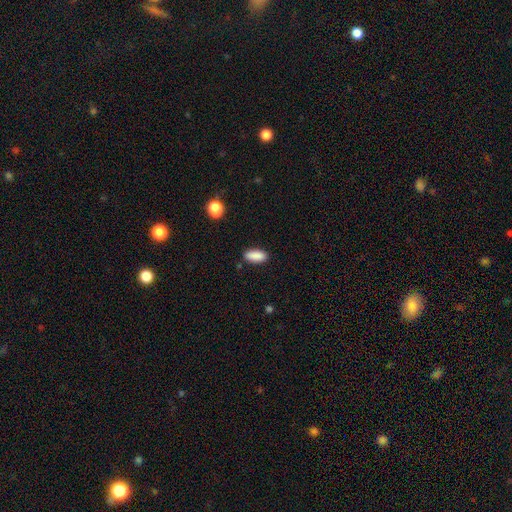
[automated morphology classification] Smooth or featured? Predicted: smooth (p=0.89). How rounded? Predicted: in between (p=0.82). Merging? Predicted: none (p=0.86).